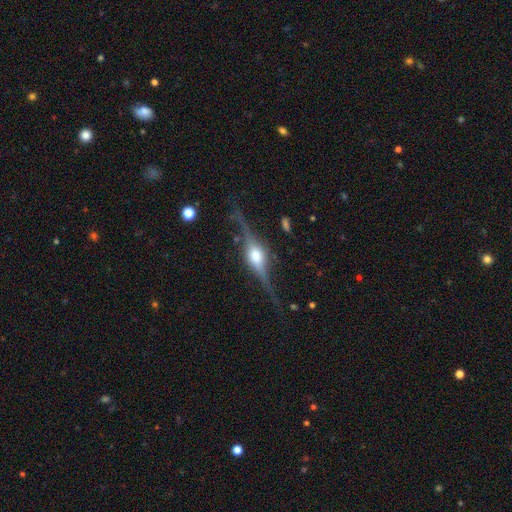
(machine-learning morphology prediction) A featured or disk galaxy (88%) viewed edge-on (96%) with a rounded central bulge (91%).

Vote fractions:
- Smooth or featured? featured or disk: 88% / smooth: 7% / star or artifact: 6%
- Edge-on disk? yes: 96% / no: 4%
- Edge-on bulge? rounded: 91% / boxy: 7% / none: 2%
- Merging? none: 82% / minor disturbance: 12% / major disturbance: 4% / merger: 2%